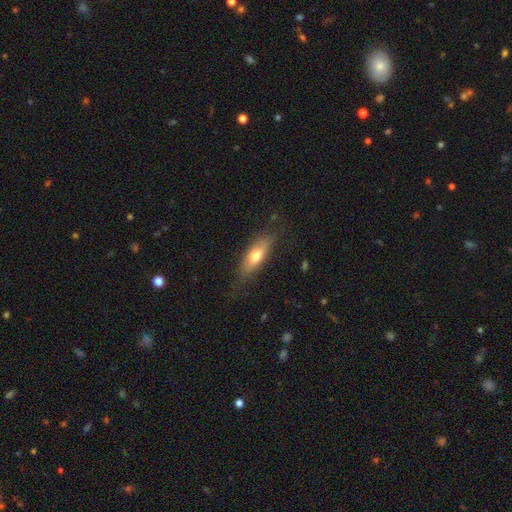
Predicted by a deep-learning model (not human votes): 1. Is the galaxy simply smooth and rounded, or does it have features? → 65% smooth, 29% featured or disk, 7% star or artifact.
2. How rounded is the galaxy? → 60% in between, 37% cigar-shaped, 3% round.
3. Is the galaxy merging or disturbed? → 76% none, 17% minor disturbance, 5% major disturbance, 1% merger.